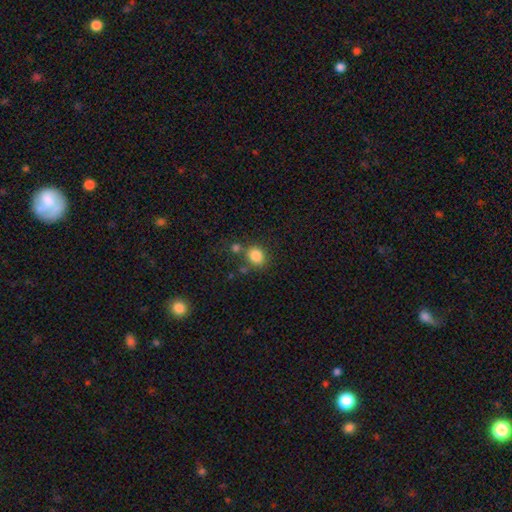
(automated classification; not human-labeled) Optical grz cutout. It shows a smooth galaxy with no disk features (84%) that is round (62%). Merging: none (68%).